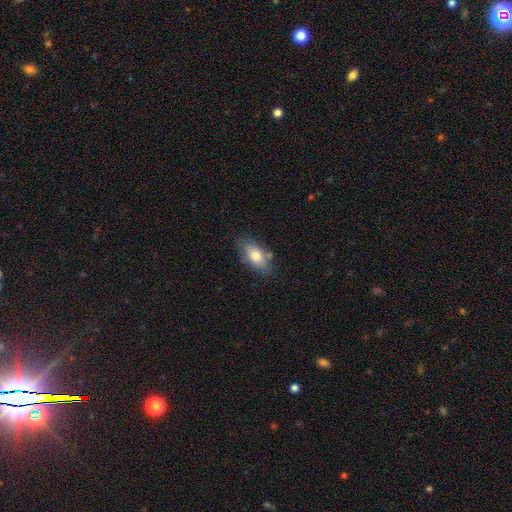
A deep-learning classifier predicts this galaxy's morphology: Smooth or featured? smooth (77%)
How rounded? in between (89%)
Merging? none (75%)